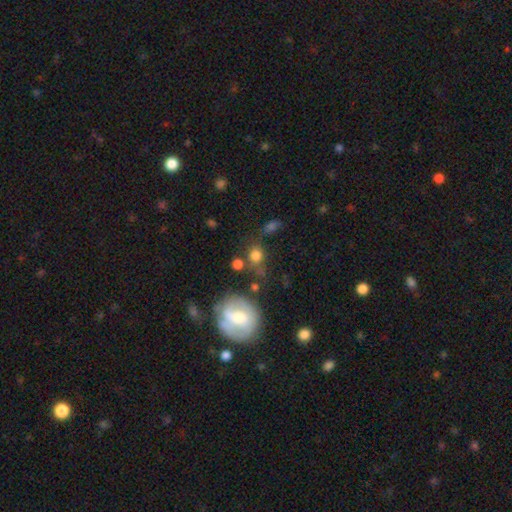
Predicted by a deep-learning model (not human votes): Morphology: type=smooth (74%); roundness=round (77%); merging=none (58%).